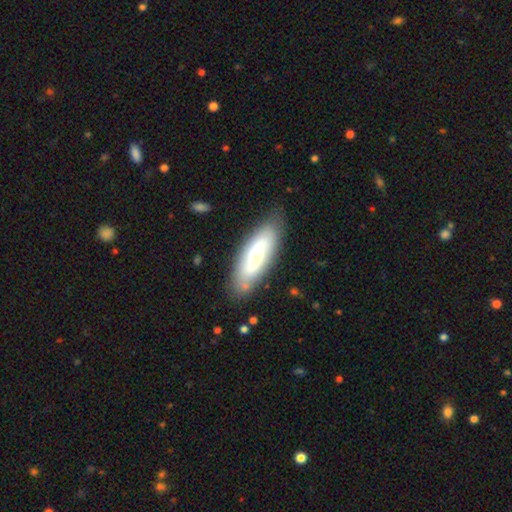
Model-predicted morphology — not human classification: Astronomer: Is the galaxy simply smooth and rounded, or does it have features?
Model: smooth — 49% (runner-up: featured or disk, 46%).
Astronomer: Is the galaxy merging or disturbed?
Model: none — 79%.